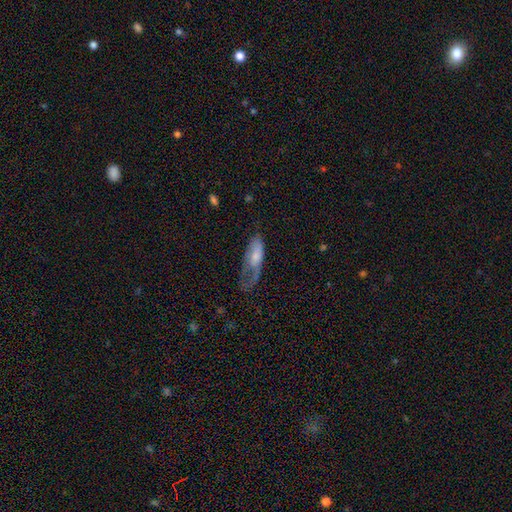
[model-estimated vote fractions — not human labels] A smooth galaxy with no disk features (62%) that is in between round and cigar-shaped (75%).

Vote fractions:
- Smooth or featured? smooth: 62% / featured or disk: 32% / star or artifact: 6%
- How rounded? in between: 75% / cigar-shaped: 22% / round: 2%
- Merging? major disturbance: 53% / minor disturbance: 25% / none: 19% / merger: 3%